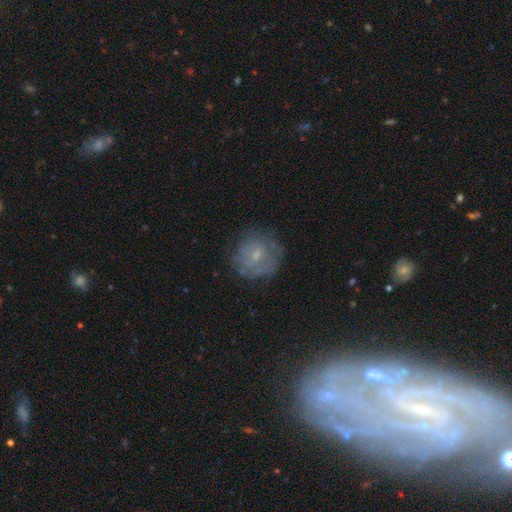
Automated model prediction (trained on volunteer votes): smooth 48%, featured or disk 40%, star or artifact 12%. Down the decision tree: merging — none (67%).